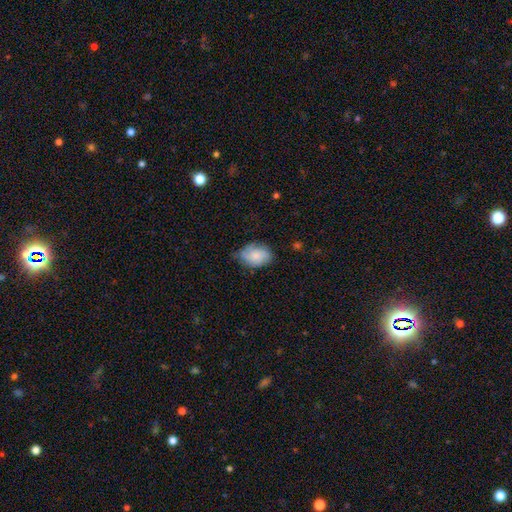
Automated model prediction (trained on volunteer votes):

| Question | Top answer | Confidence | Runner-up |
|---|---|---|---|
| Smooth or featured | smooth | 70% | featured or disk (23%) |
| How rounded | in between | 82% | round (17%) |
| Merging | none | 66% | minor disturbance (27%) |